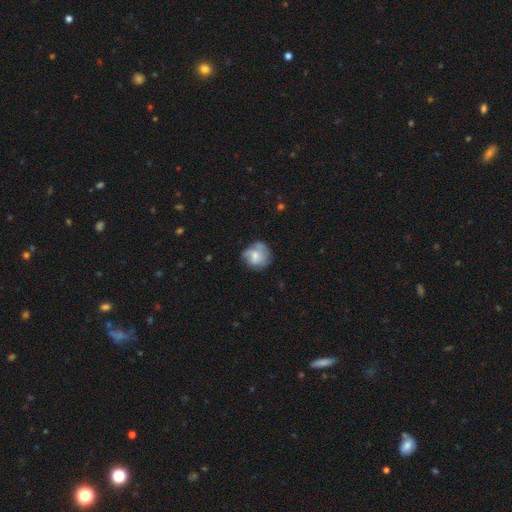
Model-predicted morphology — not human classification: The model was most divided on "smooth or featured": smooth: 51%, featured or disk: 40%, star or artifact: 9%. More confident: how rounded — round (74%); merging — none (53%).